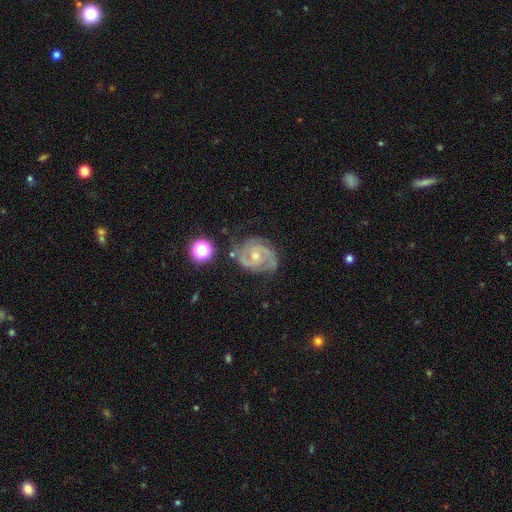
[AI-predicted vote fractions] A featured or disk galaxy (88%) with no bar (54%), 2 (82%) medium (50%) spiral arms (98%) and a moderate central bulge (49%).

Vote fractions:
- Smooth or featured? featured or disk: 88% / smooth: 6% / star or artifact: 6%
- Edge-on disk? no: 98% / yes: 2%
- Bar? no: 54% / weak: 39% / strong: 7%
- Spiral arms? yes: 98% / no: 2%
- Spiral winding? medium: 50% / tight: 40% / loose: 9%
- Spiral arm count? 2: 82% / 3: 8% / can't tell: 5% / 1: 2% / 4: 2% / more than 4: 1%
- Bulge size? moderate: 49% / small: 47% / none: 2% / large: 2% / dominant: 1%
- Merging? none: 70% / minor disturbance: 20% / major disturbance: 7% / merger: 3%